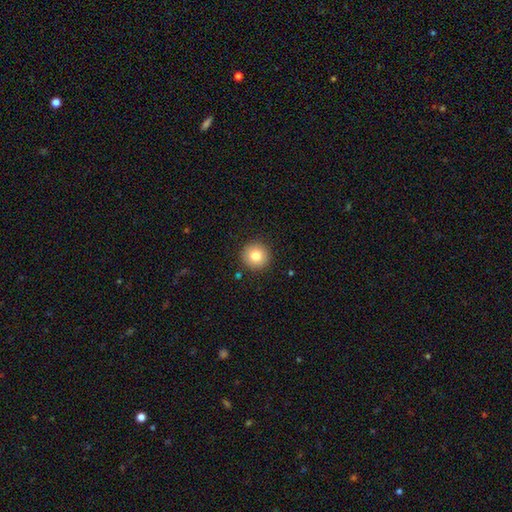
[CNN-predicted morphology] The model was most divided on "smooth or featured": smooth: 80%, star or artifact: 10%, featured or disk: 10%. More confident: how rounded — round (95%); merging — none (91%).